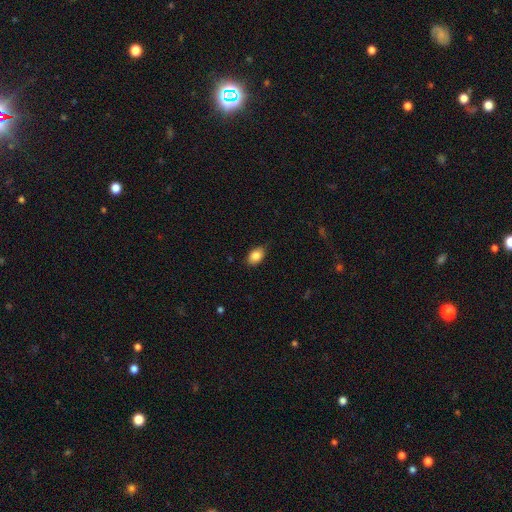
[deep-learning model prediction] Smooth or featured: smooth — 85% (star or artifact — 8%)
How rounded: in between — 86% (round — 12%)
Merging: none — 81% (minor disturbance — 16%)